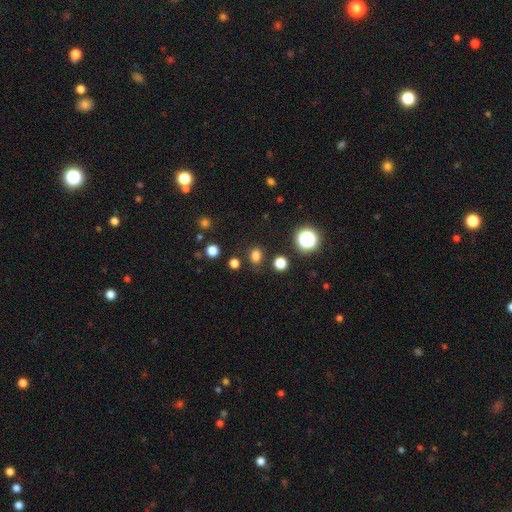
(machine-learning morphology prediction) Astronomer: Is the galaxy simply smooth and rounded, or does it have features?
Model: smooth — 77%.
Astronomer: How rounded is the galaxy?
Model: round — 59% (runner-up: in between, 40%).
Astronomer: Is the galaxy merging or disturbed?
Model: none — 83%.